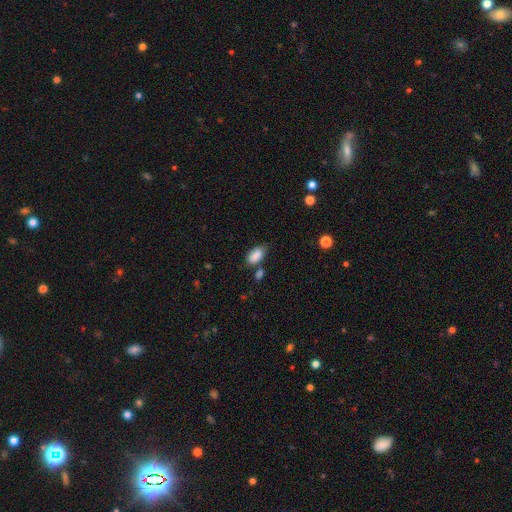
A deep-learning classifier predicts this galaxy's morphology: smooth-or-featured: smooth: 87% | star or artifact: 8% | featured or disk: 5%
  how-rounded: in between: 92% | round: 4% | cigar-shaped: 3%
  merging: none: 62% | minor disturbance: 20% | merger: 13% | major disturbance: 5%